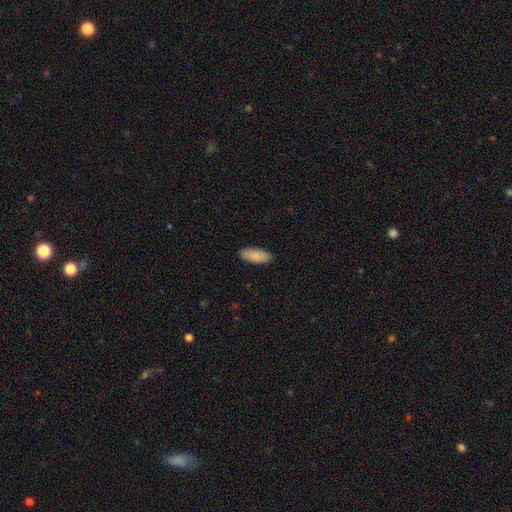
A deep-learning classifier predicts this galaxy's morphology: This appears to be a smooth galaxy with no disk features (88%) that is in between round and cigar-shaped (81%). Merging: none (89%).